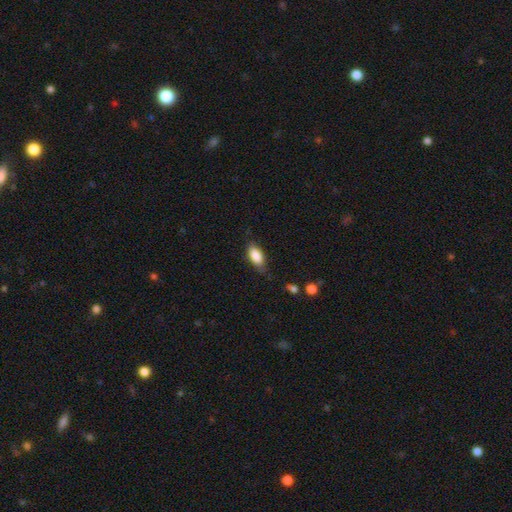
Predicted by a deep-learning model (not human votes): Q: Smooth or featured?
A: smooth (85%); runner-up: featured or disk (8%)
Q: How rounded?
A: in between (89%); runner-up: cigar-shaped (8%)
Q: Merging?
A: none (70%); runner-up: minor disturbance (23%)